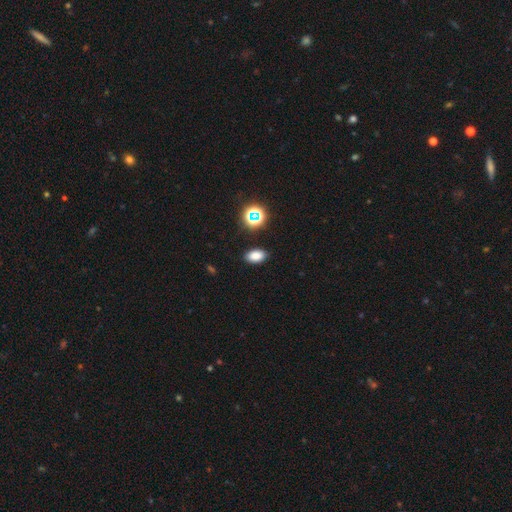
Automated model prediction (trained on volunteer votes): Smooth or featured: smooth — 80% (star or artifact — 15%)
How rounded: in between — 89% (round — 8%)
Merging: none — 88% (minor disturbance — 8%)